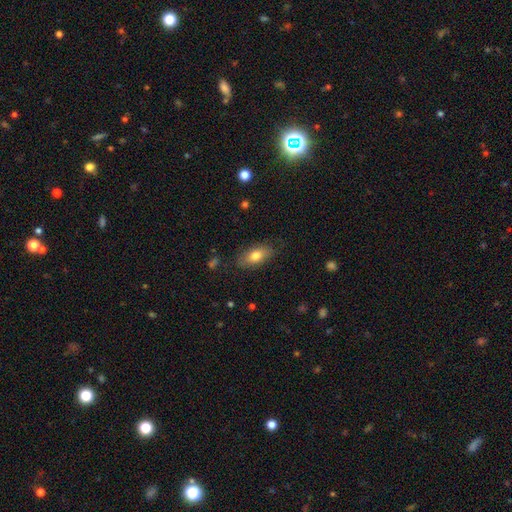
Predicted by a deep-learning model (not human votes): Smooth or featured?
  - smooth: 76% *
  - featured or disk: 17%
  - star or artifact: 7%
How rounded?
  - in between: 87% *
  - cigar-shaped: 8%
  - round: 5%
Merging?
  - none: 81% *
  - minor disturbance: 14%
  - major disturbance: 3%
  - merger: 1%